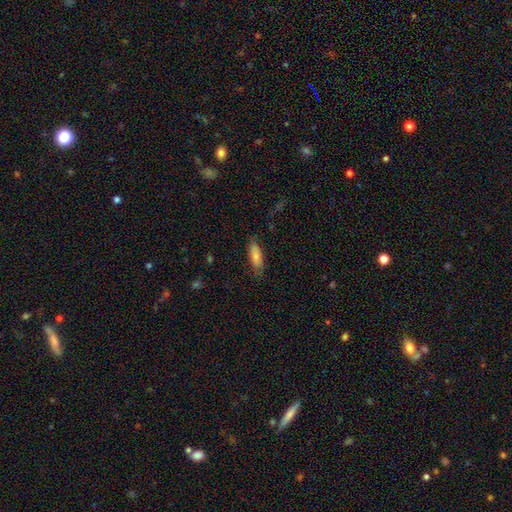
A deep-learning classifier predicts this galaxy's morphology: smooth_or_featured: smooth (p=0.82) [alt: featured or disk p=0.12]
how_rounded: in between (p=0.67) [alt: cigar-shaped p=0.31]
merging: none (p=0.76) [alt: minor disturbance p=0.18]